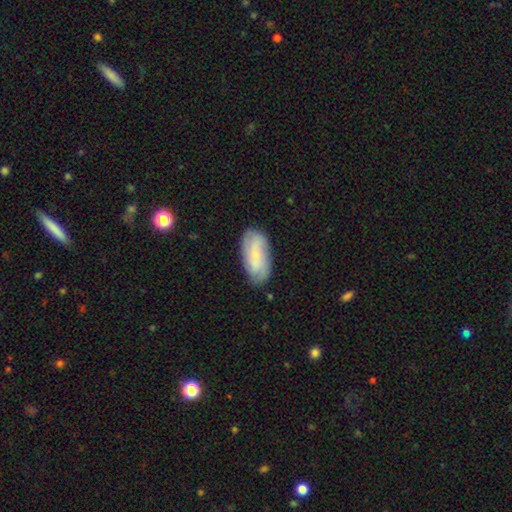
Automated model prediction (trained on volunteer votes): Smooth or featured? featured or disk (51%)
Edge-on disk? no (92%)
Merging? none (76%)